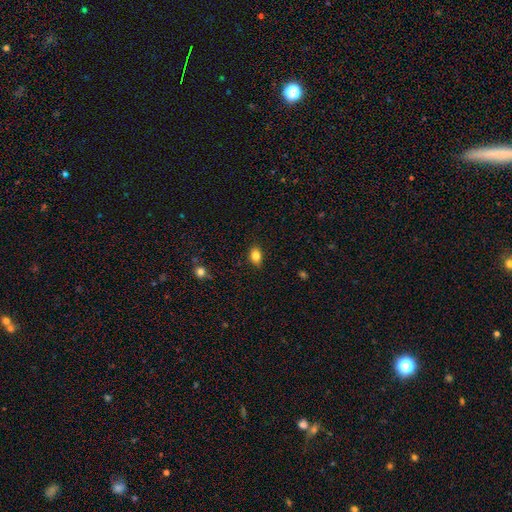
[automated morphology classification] Q: Smooth or featured?
A: smooth (83%); runner-up: star or artifact (10%)
Q: How rounded?
A: in between (76%); runner-up: round (22%)
Q: Merging?
A: none (86%); runner-up: minor disturbance (11%)